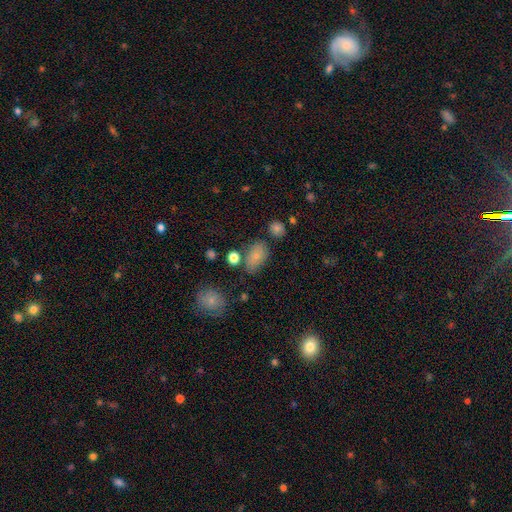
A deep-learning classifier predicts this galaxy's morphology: Smooth or featured: smooth — 76% (star or artifact — 13%)
How rounded: in between — 83% (round — 15%)
Merging: none — 66% (minor disturbance — 20%)